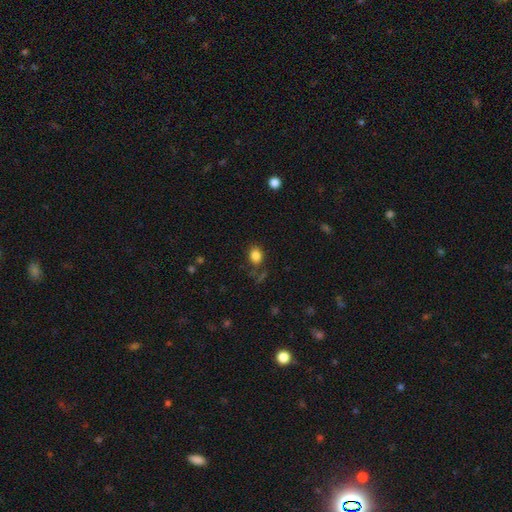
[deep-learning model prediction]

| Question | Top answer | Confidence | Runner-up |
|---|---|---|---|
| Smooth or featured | smooth | 84% | star or artifact (11%) |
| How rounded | in between | 57% | round (42%) |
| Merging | none | 76% | minor disturbance (14%) |